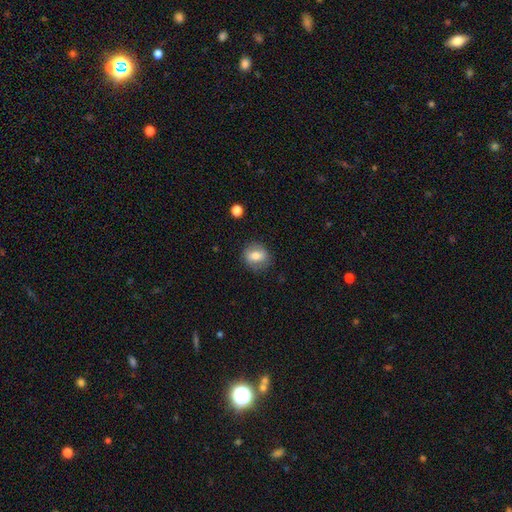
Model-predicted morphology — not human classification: smooth-or-featured: smooth: 71% | featured or disk: 20% | star or artifact: 9%
  how-rounded: round: 61% | in between: 37% | cigar-shaped: 1%
  merging: none: 81% | minor disturbance: 13% | major disturbance: 4% | merger: 1%